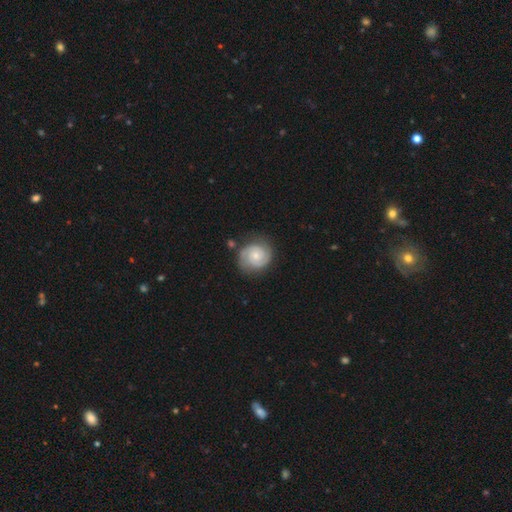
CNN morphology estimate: Smooth or featured? Predicted: featured or disk (p=0.78). Edge-on disk? Predicted: no (p=0.98). Bar? Predicted: no (p=0.69). Spiral arms? Predicted: yes (p=0.96). Spiral winding? Predicted: tight (p=0.65). Spiral arm count? Predicted: 2 (p=0.82). Bulge size? Predicted: small (p=0.53). Merging? Predicted: none (p=0.78).